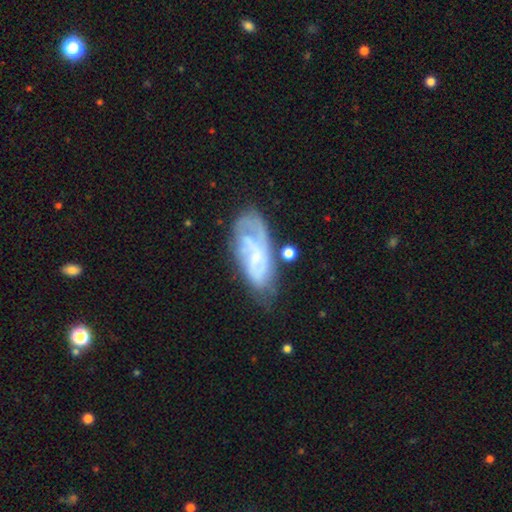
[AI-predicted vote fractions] This appears to be a featured or disk galaxy (62%) with no bar (59%), spiral arms (74%) and a small central bulge (53%). Merging: none (48%).